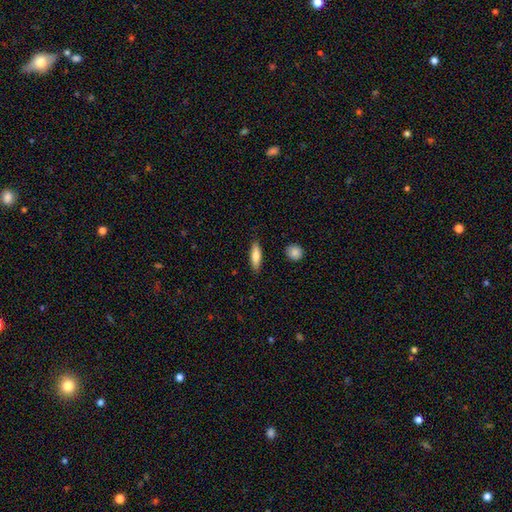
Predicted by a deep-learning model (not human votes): Smooth or featured? smooth (74%)
How rounded? cigar-shaped (52%)
Merging? none (88%)